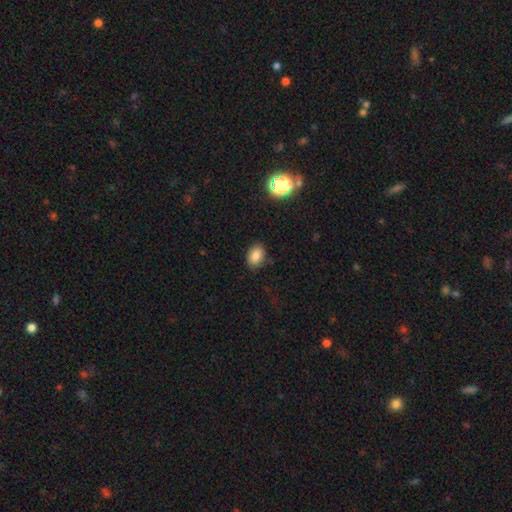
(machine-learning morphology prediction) Q: Smooth or featured?
A: smooth (85%); runner-up: star or artifact (10%)
Q: How rounded?
A: in between (82%); runner-up: round (17%)
Q: Merging?
A: none (84%); runner-up: minor disturbance (12%)